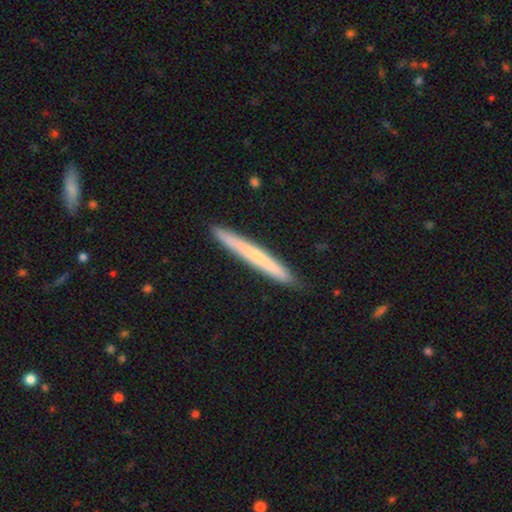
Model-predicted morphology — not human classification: Smooth or featured?
  - smooth: 56% *
  - featured or disk: 39%
  - star or artifact: 5%
How rounded?
  - cigar-shaped: 97% *
  - in between: 2%
  - round: 1%
Merging?
  - none: 90% *
  - minor disturbance: 8%
  - major disturbance: 1%
  - merger: 1%